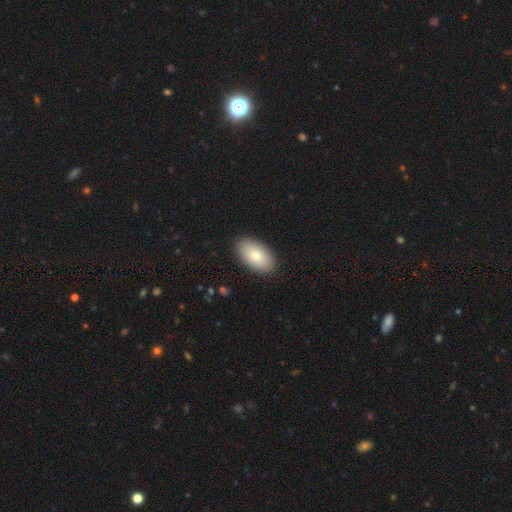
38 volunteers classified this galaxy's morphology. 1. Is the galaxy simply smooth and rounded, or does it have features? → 84% smooth, 13% featured or disk, 3% star or artifact.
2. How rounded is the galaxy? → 100% in between, 0% round, 0% cigar-shaped.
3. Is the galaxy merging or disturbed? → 89% none, 8% minor disturbance, 3% major disturbance, 0% merger.